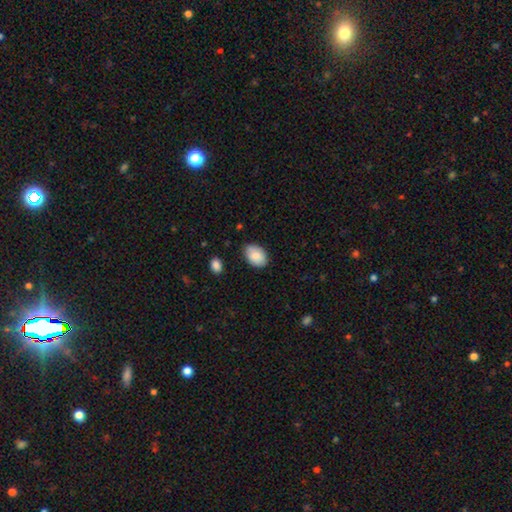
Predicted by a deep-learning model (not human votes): smooth 88%, star or artifact 6%, featured or disk 5%. Down the decision tree: how rounded — in between (86%); merging — none (79%).